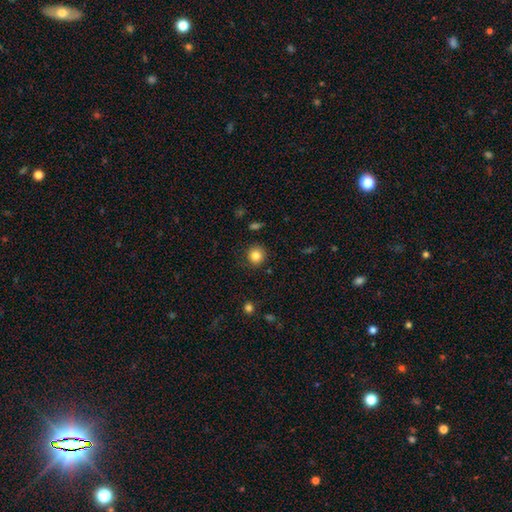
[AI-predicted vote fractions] Q: Smooth or featured?
A: smooth (84%); runner-up: star or artifact (11%)
Q: How rounded?
A: round (92%); runner-up: in between (7%)
Q: Merging?
A: none (88%); runner-up: minor disturbance (8%)